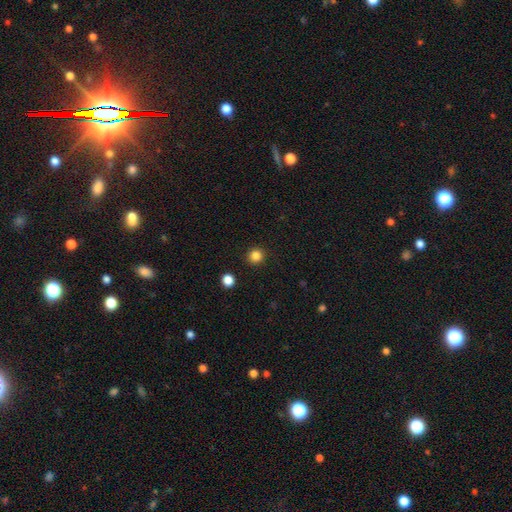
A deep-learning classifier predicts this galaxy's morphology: This appears to be a smooth galaxy with no disk features (84%) that is round (94%). Merging: none (93%).